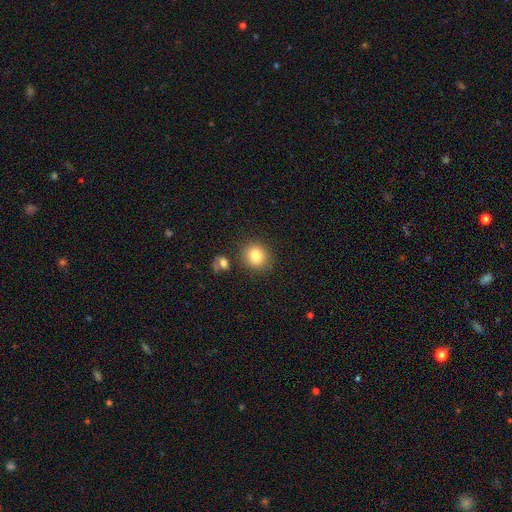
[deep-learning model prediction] A smooth galaxy with no disk features (83%) that is round (82%).

Vote fractions:
- Smooth or featured? smooth: 83% / star or artifact: 10% / featured or disk: 7%
- How rounded? round: 82% / in between: 17% / cigar-shaped: 1%
- Merging? none: 83% / minor disturbance: 9% / merger: 5% / major disturbance: 3%